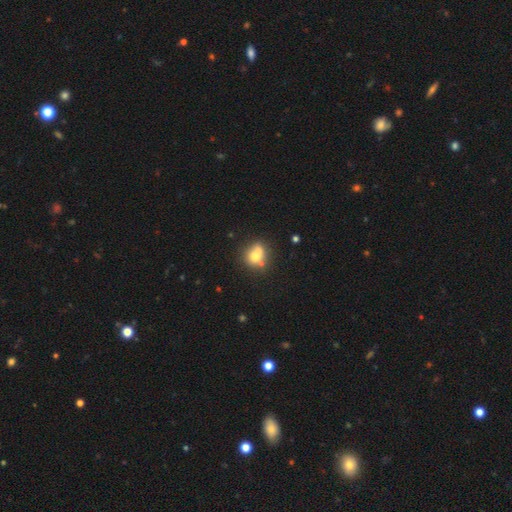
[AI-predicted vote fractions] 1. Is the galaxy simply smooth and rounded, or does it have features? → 67% smooth, 21% featured or disk, 11% star or artifact.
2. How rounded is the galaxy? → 70% round, 29% in between, 1% cigar-shaped.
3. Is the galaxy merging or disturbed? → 41% none, 36% merger, 16% minor disturbance, 8% major disturbance.